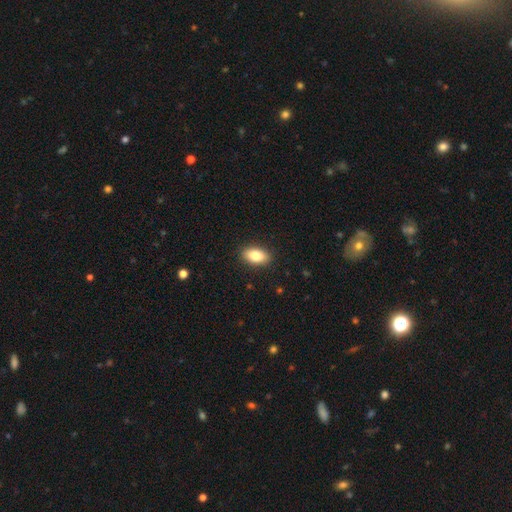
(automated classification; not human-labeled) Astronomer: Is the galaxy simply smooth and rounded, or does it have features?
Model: smooth — 83%.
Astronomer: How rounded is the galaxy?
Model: in between — 90%.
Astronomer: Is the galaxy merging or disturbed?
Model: none — 89%.